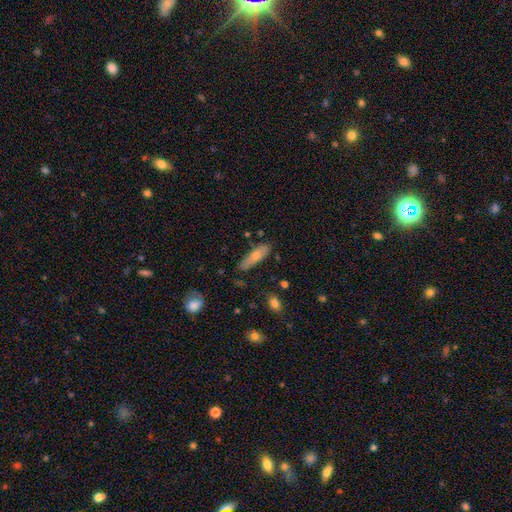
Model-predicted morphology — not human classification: This is likely a smooth galaxy (68%). How rounded: possibly cigar-shaped (56%). Merging: likely none (76%).